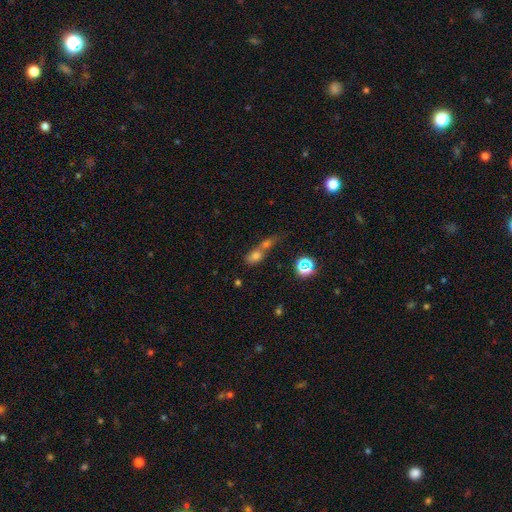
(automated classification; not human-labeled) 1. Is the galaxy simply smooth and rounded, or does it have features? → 69% smooth, 17% star or artifact, 13% featured or disk.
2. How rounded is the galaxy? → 66% in between, 26% round, 8% cigar-shaped.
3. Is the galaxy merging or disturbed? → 62% merger, 25% none, 7% minor disturbance, 6% major disturbance.